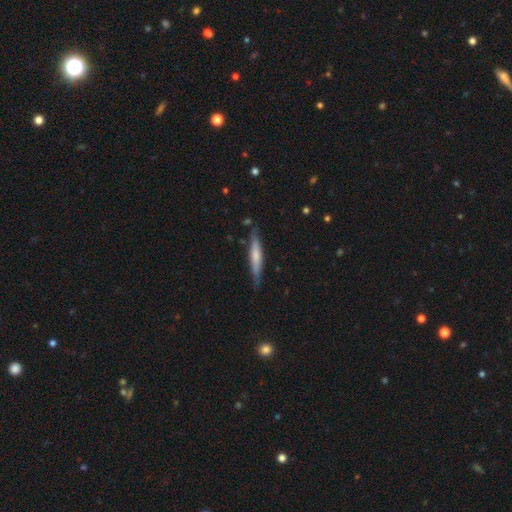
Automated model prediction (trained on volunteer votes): Smooth or featured? Predicted: smooth (p=0.58). How rounded? Predicted: cigar-shaped (p=0.91). Merging? Predicted: none (p=0.81).